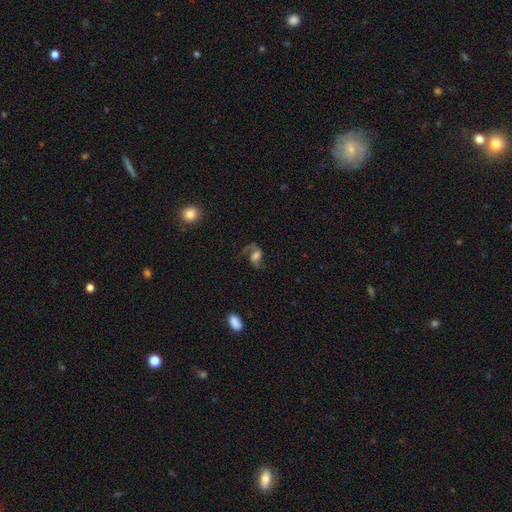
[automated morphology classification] The model was most divided on "bar": no: 47%, weak: 39%, strong: 14%. Remaining: edge-on disk — no (97%); spiral arms — yes (92%); spiral arm count — 2 (72%); smooth or featured — featured or disk (72%); spiral winding — loose (59%); merging — none (51%); bulge size — moderate (39%).